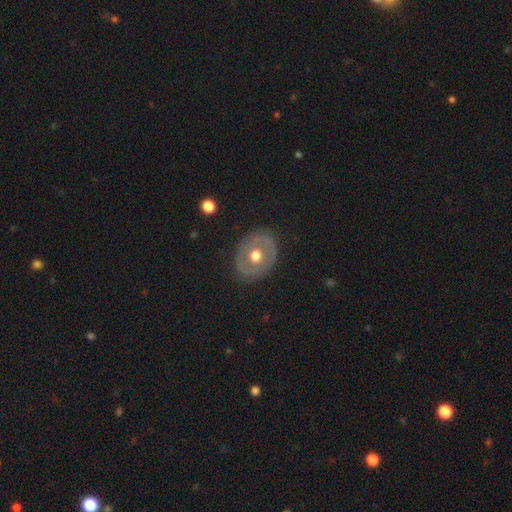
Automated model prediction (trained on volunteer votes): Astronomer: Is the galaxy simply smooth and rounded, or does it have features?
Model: featured or disk — 54% (runner-up: smooth, 40%).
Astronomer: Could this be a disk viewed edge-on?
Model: no — 94%.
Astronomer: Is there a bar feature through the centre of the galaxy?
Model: no — 87%.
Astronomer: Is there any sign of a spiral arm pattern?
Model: no — 82%.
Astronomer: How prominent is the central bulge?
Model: moderate — 76%.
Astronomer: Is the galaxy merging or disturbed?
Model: none — 82%.